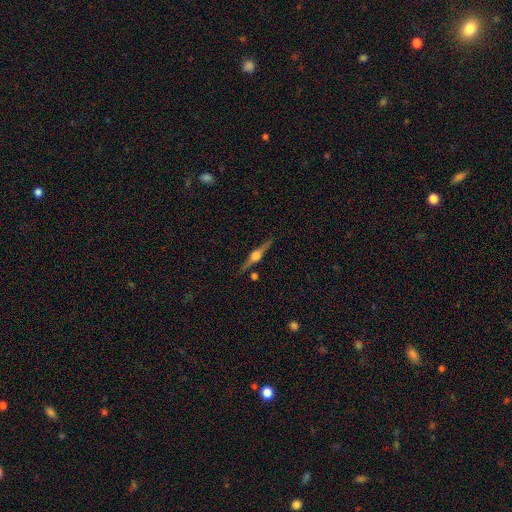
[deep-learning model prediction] Smooth or featured? Predicted: featured or disk (p=0.84). Edge-on disk? Predicted: yes (p=0.98). Edge-on bulge? Predicted: rounded (p=0.92). Merging? Predicted: none (p=0.89).